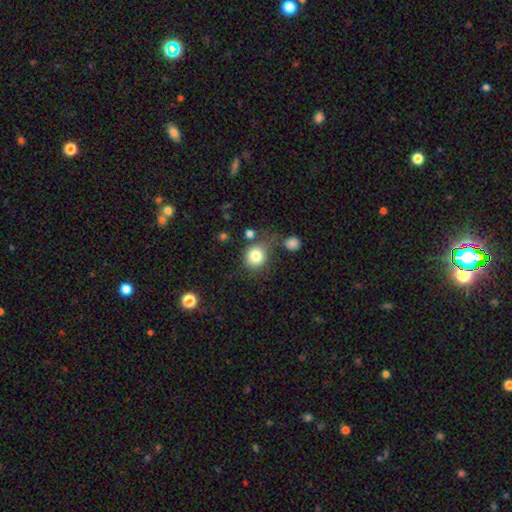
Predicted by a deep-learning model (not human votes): This is clearly a smooth galaxy (81%). How rounded: clearly round (85%). Merging: likely none (64%).